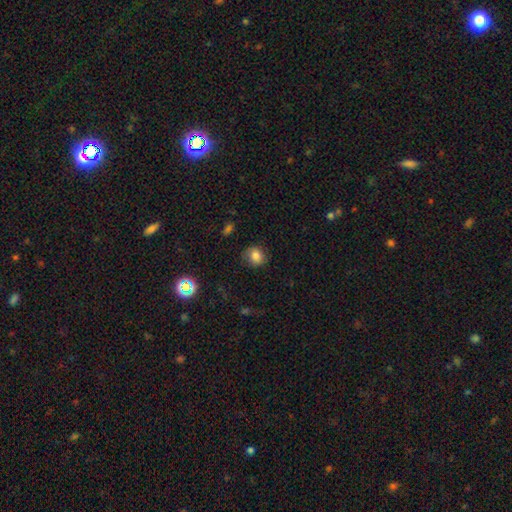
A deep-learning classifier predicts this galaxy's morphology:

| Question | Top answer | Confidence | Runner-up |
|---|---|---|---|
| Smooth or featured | smooth | 79% | star or artifact (12%) |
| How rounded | round | 79% | in between (20%) |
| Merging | none | 77% | minor disturbance (17%) |